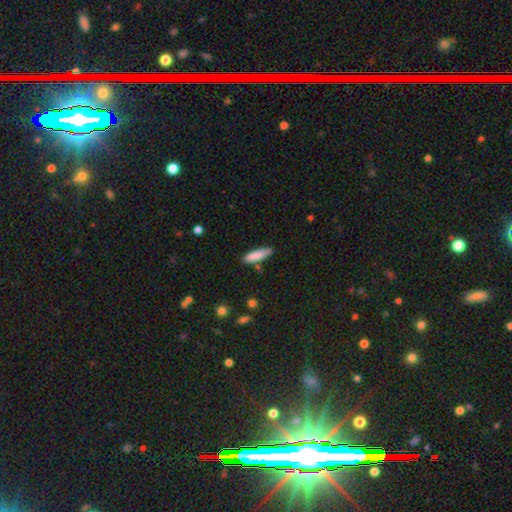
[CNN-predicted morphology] A smooth galaxy with no disk features (85%) that is cigar-shaped (68%).

Vote fractions:
- Smooth or featured? smooth: 85% / featured or disk: 9% / star or artifact: 6%
- How rounded? cigar-shaped: 68% / in between: 30% / round: 1%
- Merging? none: 78% / minor disturbance: 15% / merger: 4% / major disturbance: 3%